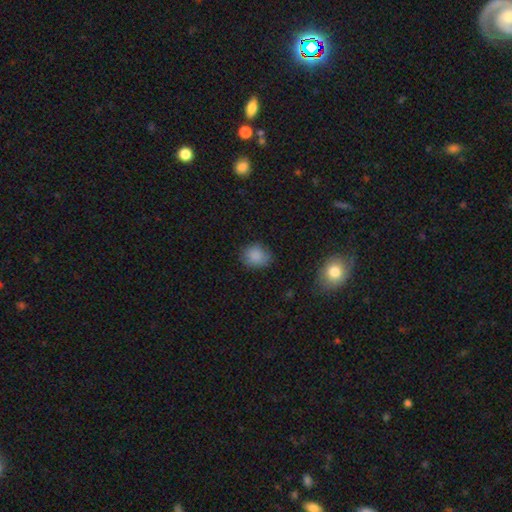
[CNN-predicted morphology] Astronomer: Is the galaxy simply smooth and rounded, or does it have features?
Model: smooth — 86%.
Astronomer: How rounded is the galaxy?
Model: round — 67%.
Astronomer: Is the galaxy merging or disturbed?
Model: none — 79%.